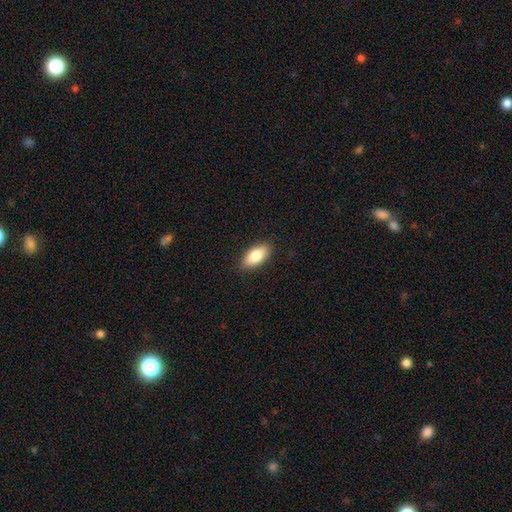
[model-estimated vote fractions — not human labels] Smooth or featured: smooth — 83% (featured or disk — 10%)
How rounded: in between — 90% (cigar-shaped — 7%)
Merging: none — 89% (minor disturbance — 9%)